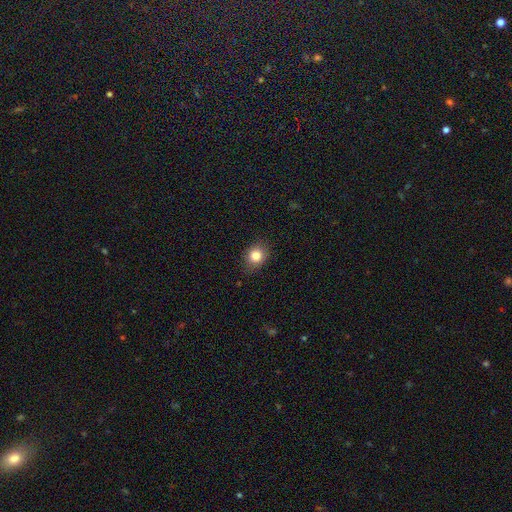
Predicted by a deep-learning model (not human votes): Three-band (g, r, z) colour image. It shows a smooth galaxy with no disk features (83%) that is round (64%). Merging: none (82%).